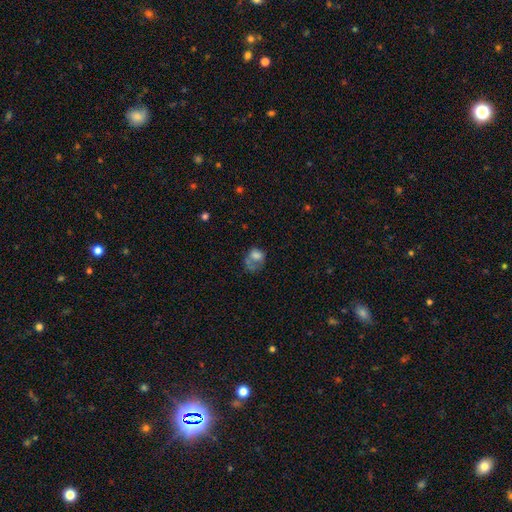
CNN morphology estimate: A smooth galaxy with no disk features (62%) that is in between round and cigar-shaped (57%). Merging: major disturbance (34%).